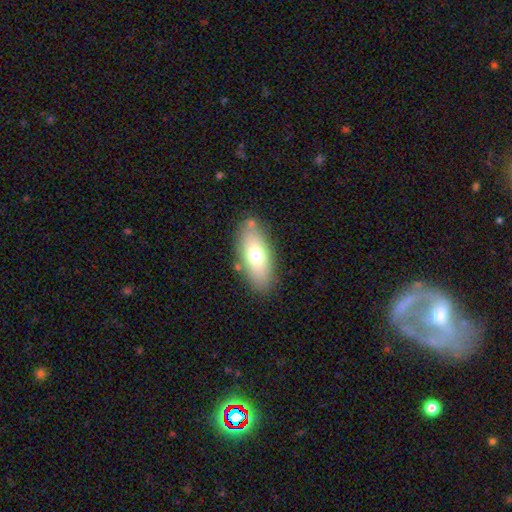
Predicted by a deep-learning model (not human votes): smooth 68%, featured or disk 24%, star or artifact 8%. Down the decision tree: how rounded — in between (81%); merging — none (80%).